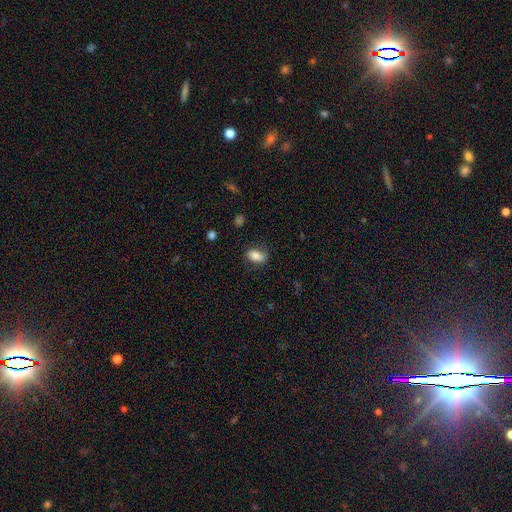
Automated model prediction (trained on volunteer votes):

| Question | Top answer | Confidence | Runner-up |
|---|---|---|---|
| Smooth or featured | smooth | 79% | featured or disk (13%) |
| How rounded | in between | 87% | round (9%) |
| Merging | none | 77% | minor disturbance (17%) |